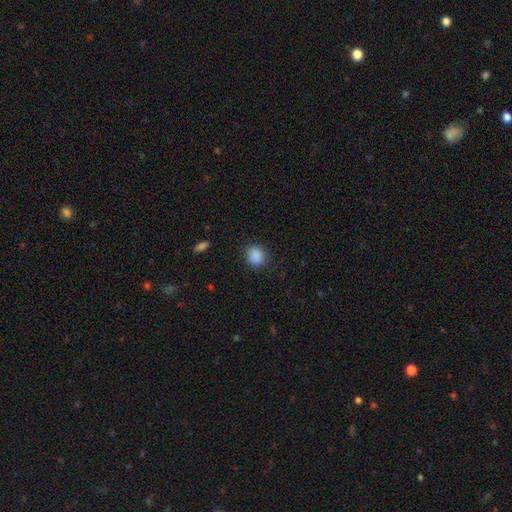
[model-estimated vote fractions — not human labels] smooth 88%, star or artifact 9%, featured or disk 3%. Down the decision tree: how rounded — round (74%); merging — none (87%).